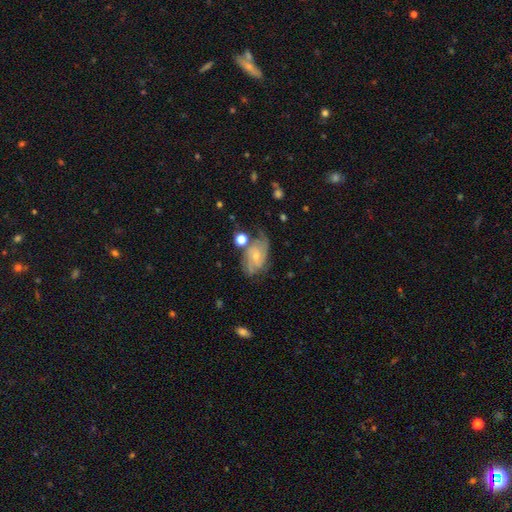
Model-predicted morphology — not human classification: Q: Smooth or featured?
A: featured or disk (73%); runner-up: smooth (20%)
Q: Edge-on disk?
A: no (96%); runner-up: yes (4%)
Q: Bar?
A: no (60%); runner-up: weak (34%)
Q: Spiral arms?
A: yes (91%); runner-up: no (9%)
Q: Spiral winding?
A: medium (43%); runner-up: tight (38%)
Q: Spiral arm count?
A: 2 (50%); runner-up: can't tell (23%)
Q: Bulge size?
A: small (56%); runner-up: moderate (38%)
Q: Merging?
A: none (50%); runner-up: minor disturbance (24%)